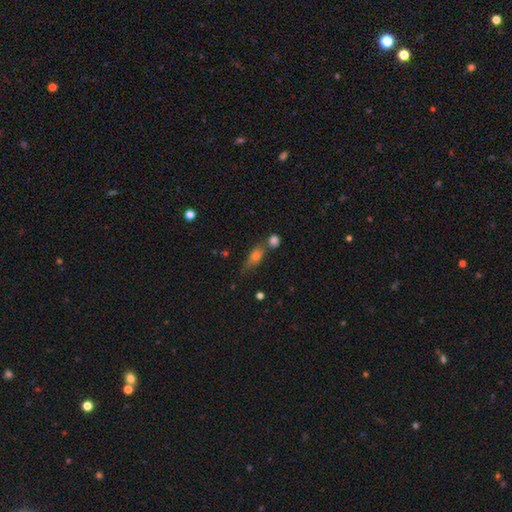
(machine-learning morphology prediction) The model was most divided on "merging": none: 45%, merger: 25%, minor disturbance: 20%, major disturbance: 10%. More confident: smooth or featured — smooth (66%); how rounded — in between (58%).